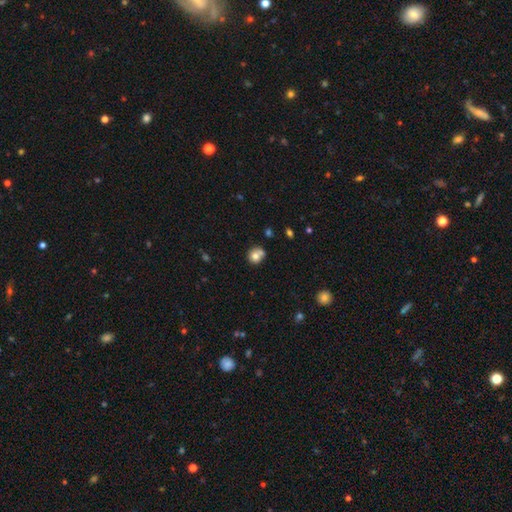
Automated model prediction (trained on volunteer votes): Morphology: type=smooth (75%); roundness=round (82%); merging=none (51%).